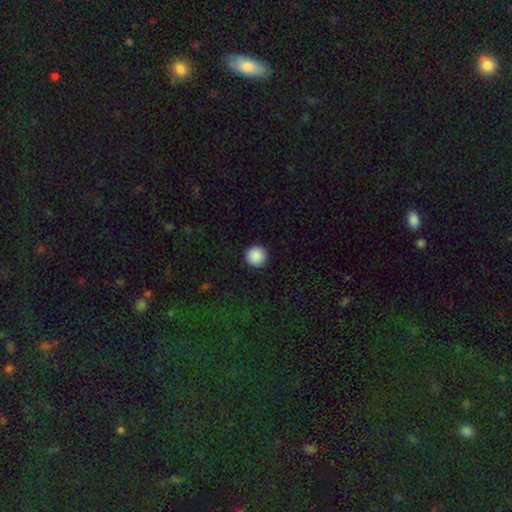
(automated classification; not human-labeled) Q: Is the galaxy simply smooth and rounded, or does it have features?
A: smooth — 89%.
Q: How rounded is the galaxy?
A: round — 96%.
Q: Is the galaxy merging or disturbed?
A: none — 94%.